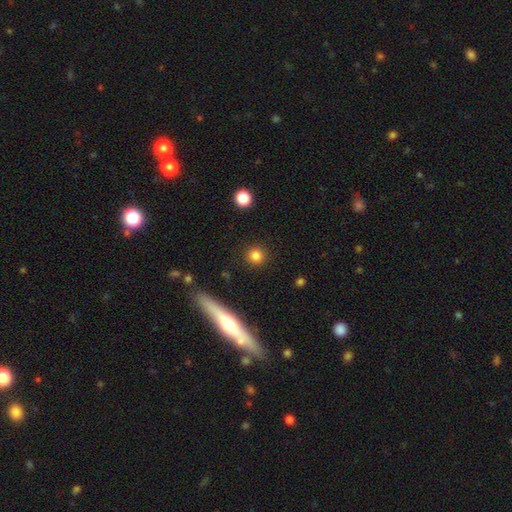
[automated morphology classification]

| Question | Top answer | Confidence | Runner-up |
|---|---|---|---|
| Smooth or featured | smooth | 83% | star or artifact (11%) |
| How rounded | round | 93% | in between (5%) |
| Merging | none | 91% | minor disturbance (5%) |